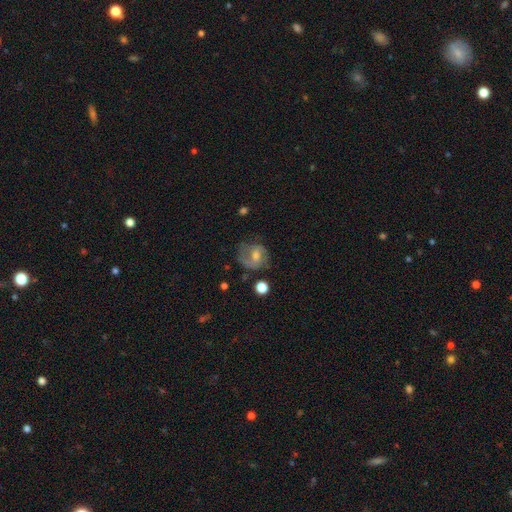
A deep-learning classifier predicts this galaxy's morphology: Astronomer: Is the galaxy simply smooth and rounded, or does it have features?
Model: featured or disk — 60%.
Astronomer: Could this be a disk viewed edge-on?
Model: no — 97%.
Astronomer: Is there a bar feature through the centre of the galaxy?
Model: weak — 44%, tied with no at 44%.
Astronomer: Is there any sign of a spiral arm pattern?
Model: yes — 82%.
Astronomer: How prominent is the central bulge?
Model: moderate — 54% (runner-up: small, 37%).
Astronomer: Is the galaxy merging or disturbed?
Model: none — 61%.